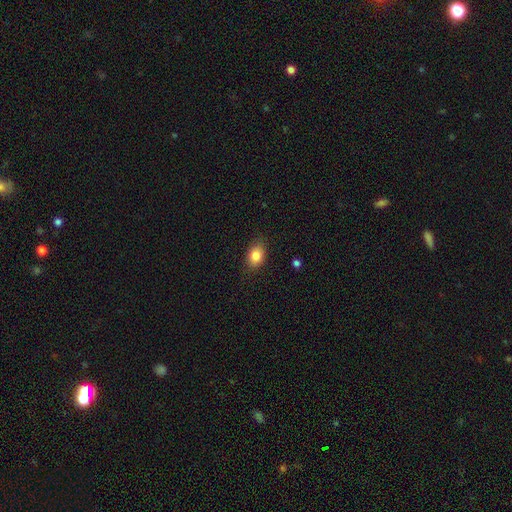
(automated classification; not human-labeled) Morphology: type=smooth (84%); roundness=in between (76%); merging=none (83%).